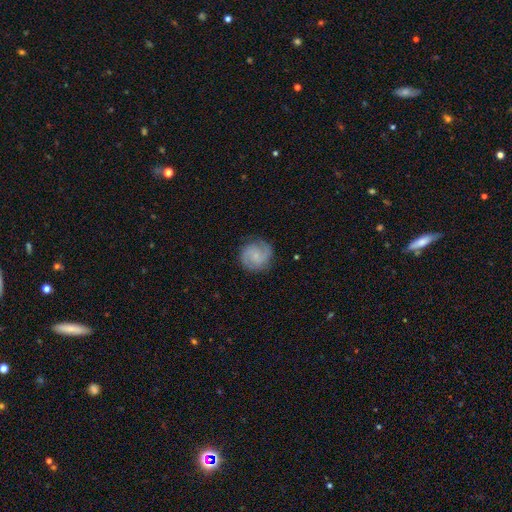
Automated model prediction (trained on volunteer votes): Smooth or featured? Predicted: featured or disk (p=0.61). Edge-on disk? Predicted: no (p=0.98). Bar? Predicted: no (p=0.57). Spiral arms? Predicted: yes (p=0.93). Spiral winding? Predicted: medium (p=0.47). Spiral arm count? Predicted: 2 (p=0.77). Bulge size? Predicted: small (p=0.61). Merging? Predicted: none (p=0.83).